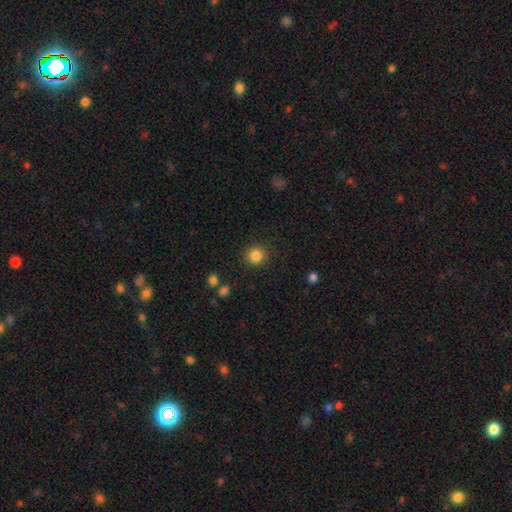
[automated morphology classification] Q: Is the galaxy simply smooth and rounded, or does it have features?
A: smooth — 85%.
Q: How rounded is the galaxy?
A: round — 91%.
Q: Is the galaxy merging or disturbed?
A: none — 88%.